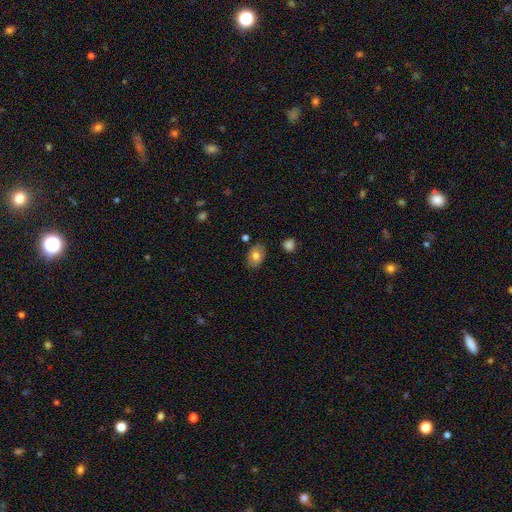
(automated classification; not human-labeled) This appears to be a smooth galaxy with no disk features (77%) that is in between round and cigar-shaped (79%). Merging: none (83%).